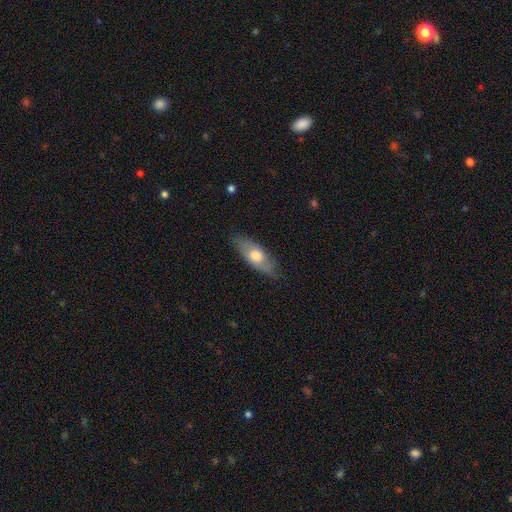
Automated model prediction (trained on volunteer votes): smooth_or_featured: smooth (p=0.59) [alt: featured or disk p=0.35]
how_rounded: in between (p=0.70) [alt: cigar-shaped p=0.27]
merging: none (p=0.78) [alt: minor disturbance p=0.17]